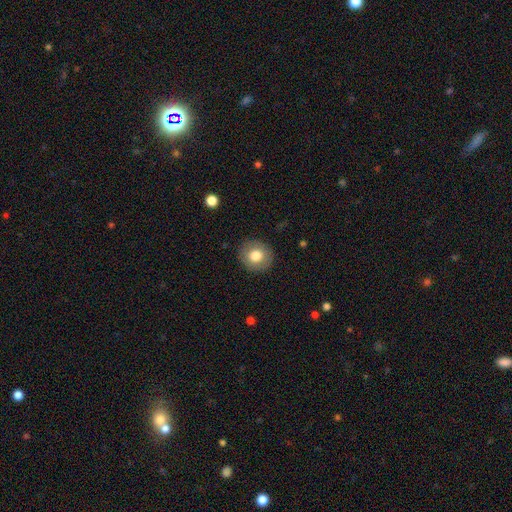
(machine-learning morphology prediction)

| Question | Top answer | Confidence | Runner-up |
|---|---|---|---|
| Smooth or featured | smooth | 78% | featured or disk (14%) |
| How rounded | round | 85% | in between (14%) |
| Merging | none | 90% | minor disturbance (7%) |